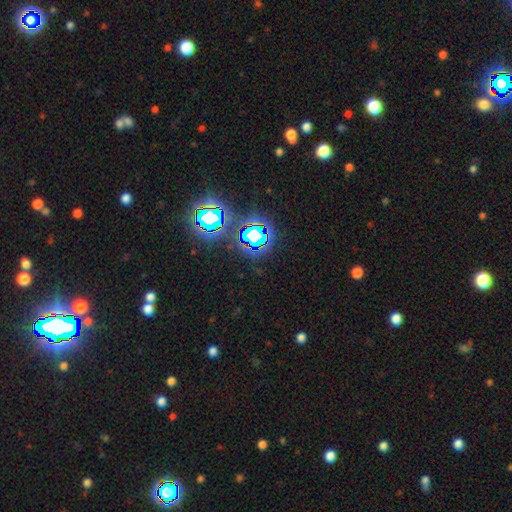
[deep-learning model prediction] star or artifact 80%, smooth 12%, featured or disk 8%.